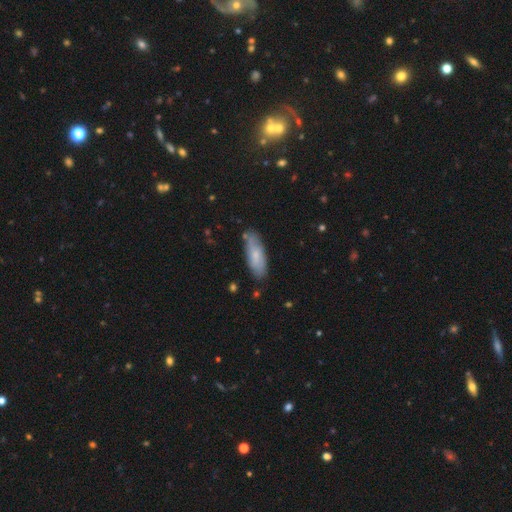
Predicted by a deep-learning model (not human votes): Smooth or featured: smooth — 70% (featured or disk — 24%)
How rounded: in between — 63% (cigar-shaped — 36%)
Merging: none — 77% (minor disturbance — 17%)